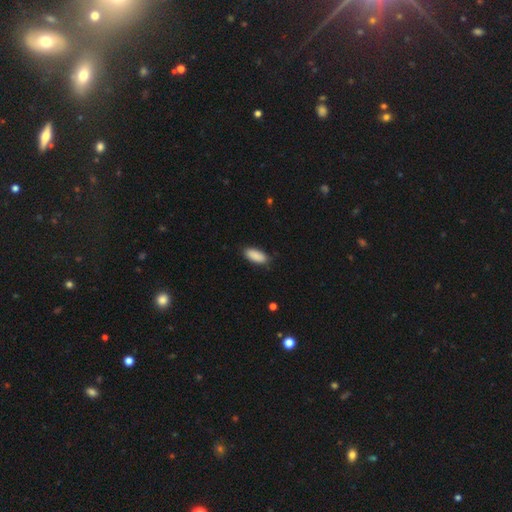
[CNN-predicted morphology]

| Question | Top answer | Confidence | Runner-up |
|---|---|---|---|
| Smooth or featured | smooth | 90% | star or artifact (6%) |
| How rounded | in between | 85% | cigar-shaped (13%) |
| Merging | none | 83% | minor disturbance (13%) |